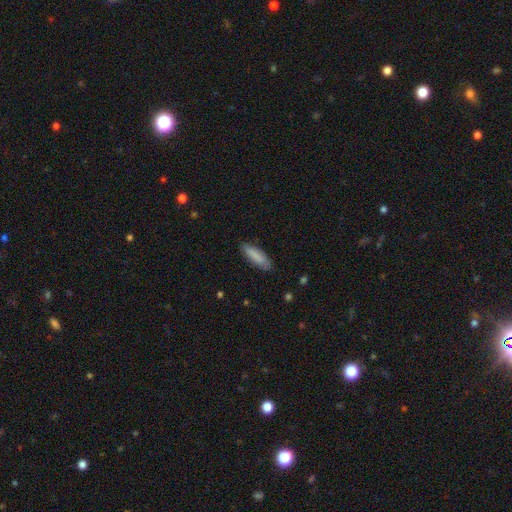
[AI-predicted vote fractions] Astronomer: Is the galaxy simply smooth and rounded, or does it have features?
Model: smooth — 86%.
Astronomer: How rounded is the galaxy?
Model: cigar-shaped — 56% (runner-up: in between, 42%).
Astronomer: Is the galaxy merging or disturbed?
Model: none — 84%.